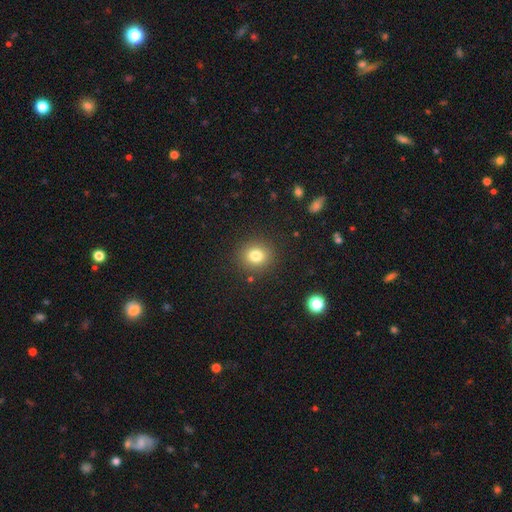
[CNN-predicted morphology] Smooth or featured? Predicted: smooth (p=0.79). How rounded? Predicted: round (p=0.84). Merging? Predicted: none (p=0.88).